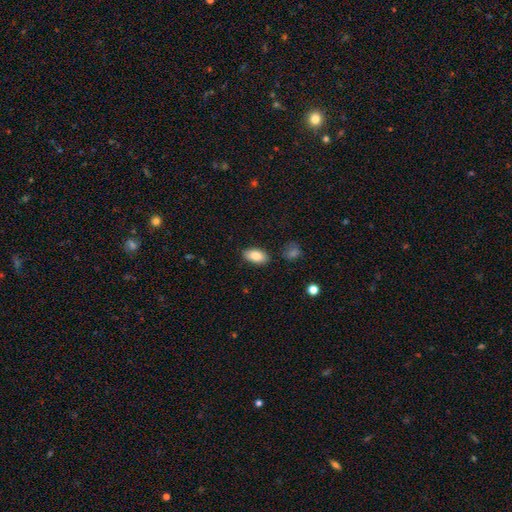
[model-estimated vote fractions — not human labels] Smooth or featured? smooth (85%)
How rounded? in between (92%)
Merging? none (85%)